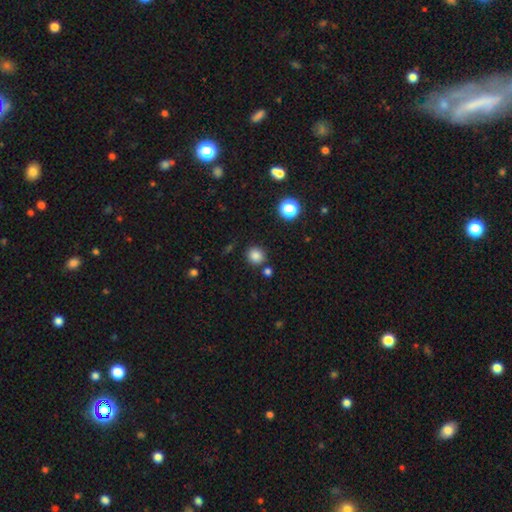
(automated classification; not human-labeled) Smooth or featured: smooth — 84% (star or artifact — 12%)
How rounded: round — 89% (in between — 10%)
Merging: none — 83% (minor disturbance — 8%)